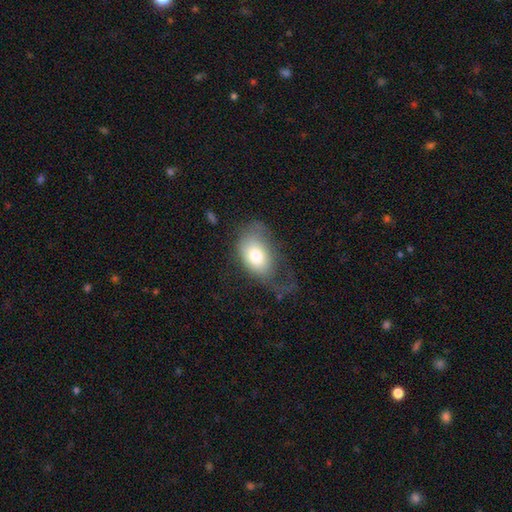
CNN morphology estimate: smooth_or_featured: smooth (p=0.70) [alt: featured or disk p=0.22]
how_rounded: in between (p=0.84) [alt: round p=0.15]
merging: major disturbance (p=0.45) [alt: none p=0.29]